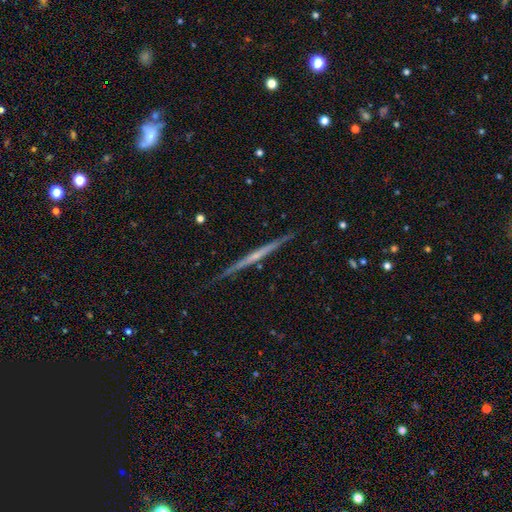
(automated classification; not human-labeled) A featured or disk galaxy (71%) viewed edge-on (98%) with no central bulge (72%).

Vote fractions:
- Smooth or featured? featured or disk: 71% / smooth: 23% / star or artifact: 6%
- Edge-on disk? yes: 98% / no: 2%
- Edge-on bulge? none: 72% / rounded: 22% / boxy: 6%
- Merging? none: 88% / minor disturbance: 9% / major disturbance: 2% / merger: 1%